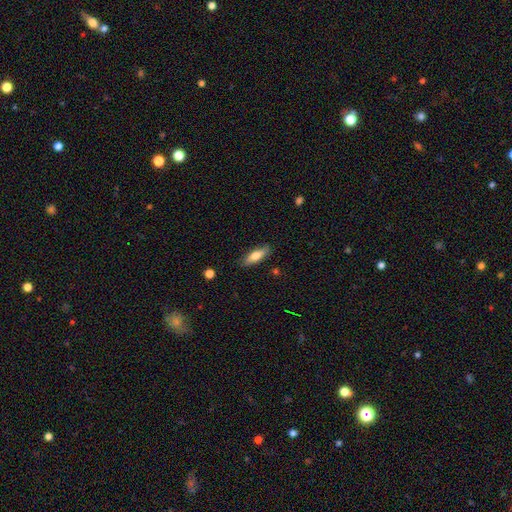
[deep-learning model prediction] smooth-or-featured: smooth: 69% | featured or disk: 25% | star or artifact: 6%
  how-rounded: in between: 49% | cigar-shaped: 48% | round: 2%
  merging: none: 85% | minor disturbance: 12% | major disturbance: 2% | merger: 1%